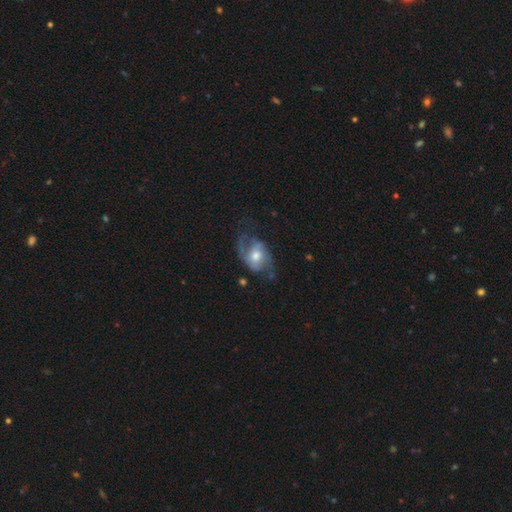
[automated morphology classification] featured or disk 67%, smooth 26%, star or artifact 7%. Down the decision tree: edge-on disk — no (96%); bar — no (57%); spiral arms — yes (82%); spiral arm count — 2 (72%); spiral winding — medium (42%); bulge size — moderate (68%); merging — none (48%).